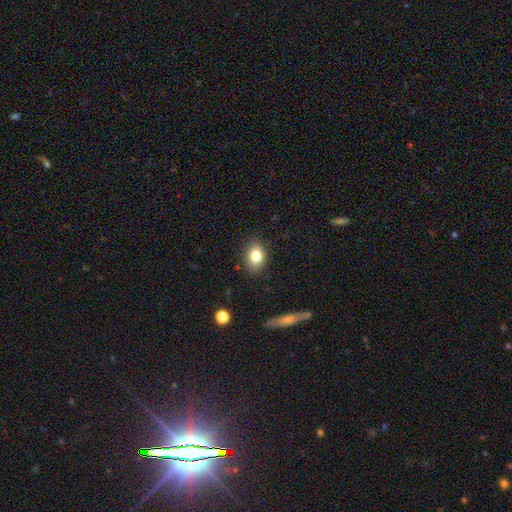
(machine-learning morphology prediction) Smooth or featured: smooth — 81% (star or artifact — 9%)
How rounded: in between — 75% (round — 24%)
Merging: none — 84% (minor disturbance — 12%)